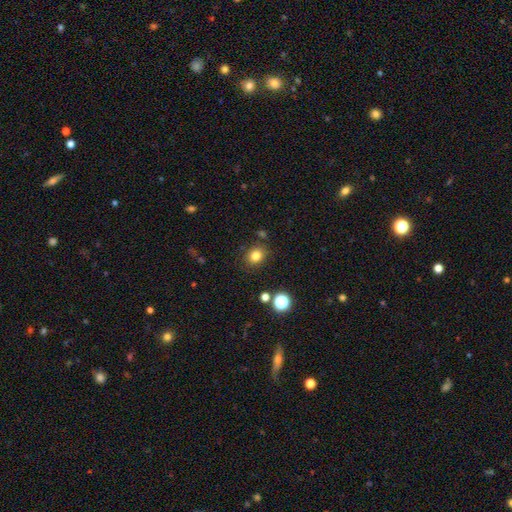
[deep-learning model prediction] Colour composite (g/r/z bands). It shows a smooth galaxy with no disk features (81%) that is round (70%). Merging: none (83%).